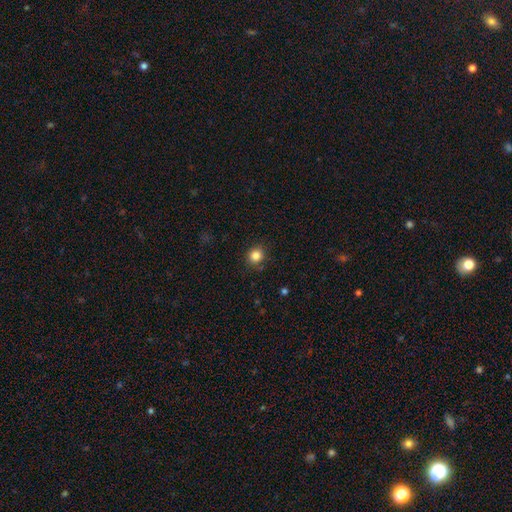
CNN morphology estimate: This appears to be a smooth galaxy with no disk features (84%) that is round (88%). Merging: none (86%).